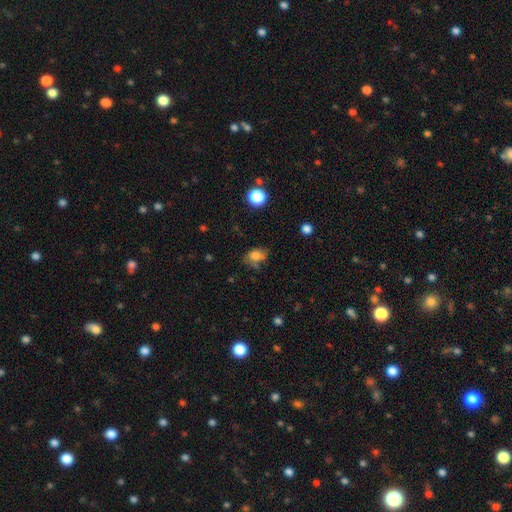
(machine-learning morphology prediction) smooth-or-featured: smooth: 72% | featured or disk: 16% | star or artifact: 12%
  how-rounded: in between: 70% | round: 28% | cigar-shaped: 2%
  merging: none: 52% | minor disturbance: 29% | major disturbance: 14% | merger: 4%